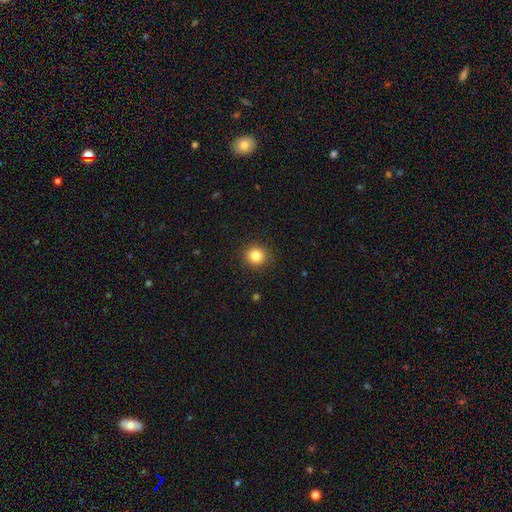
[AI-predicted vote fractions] This appears to be a smooth galaxy with no disk features (84%) that is round (90%). Merging: none (91%).